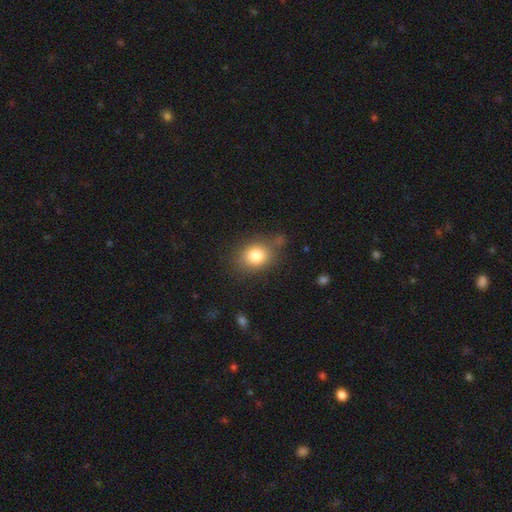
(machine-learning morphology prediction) A smooth galaxy with no disk features (81%) that is round (54%). Merging: none (72%).